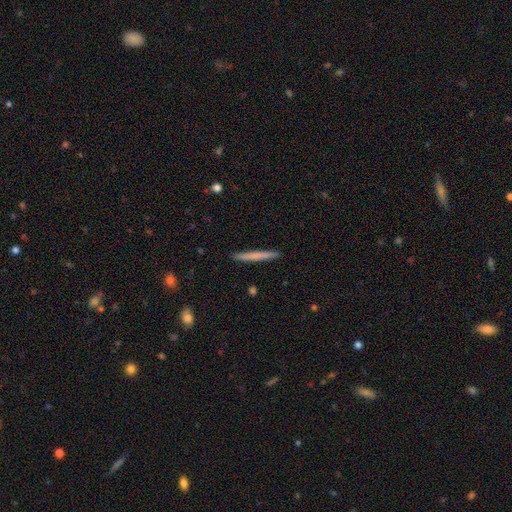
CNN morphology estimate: Smooth or featured?
  - smooth: 66% *
  - featured or disk: 29%
  - star or artifact: 5%
How rounded?
  - cigar-shaped: 97% *
  - in between: 2%
  - round: 1%
Merging?
  - none: 92% *
  - minor disturbance: 5%
  - major disturbance: 1%
  - merger: 1%